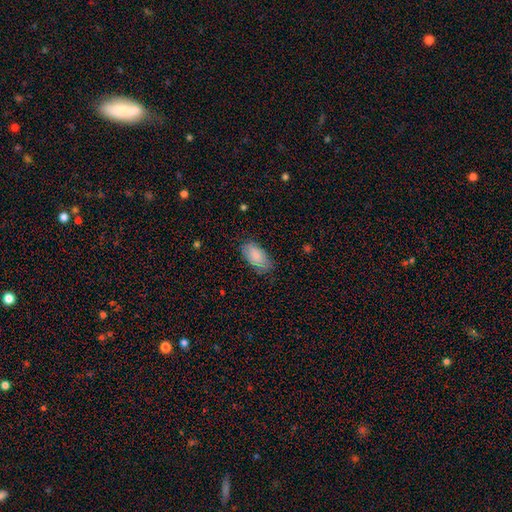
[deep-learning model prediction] Smooth or featured?
  - smooth: 85% *
  - featured or disk: 9%
  - star or artifact: 6%
How rounded?
  - in between: 94% *
  - round: 3%
  - cigar-shaped: 3%
Merging?
  - none: 77% *
  - minor disturbance: 18%
  - major disturbance: 4%
  - merger: 1%